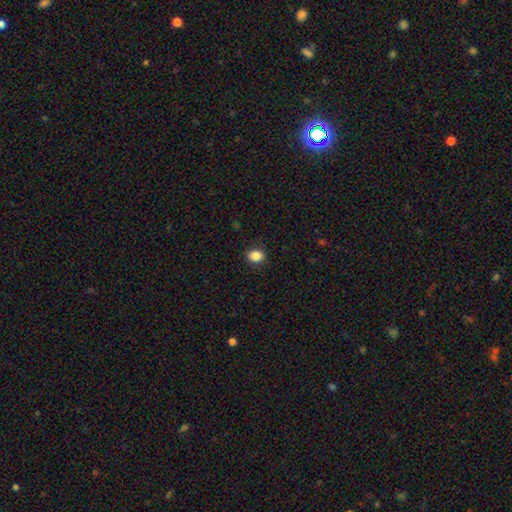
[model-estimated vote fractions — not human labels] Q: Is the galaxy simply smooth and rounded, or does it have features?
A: smooth — 86%.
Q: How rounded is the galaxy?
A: in between — 59%.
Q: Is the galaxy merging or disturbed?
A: none — 89%.